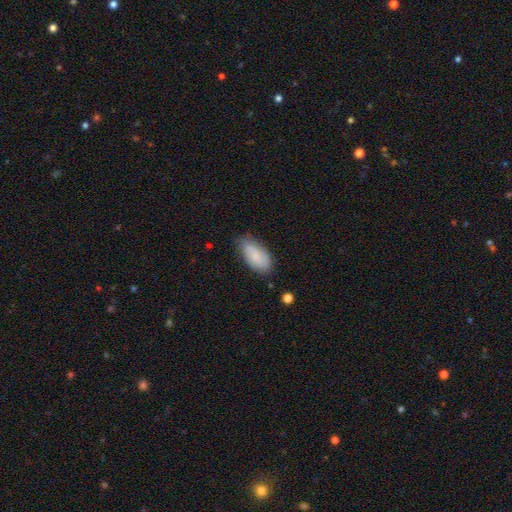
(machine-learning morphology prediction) Smooth or featured? smooth (69%)
How rounded? in between (92%)
Merging? none (70%)